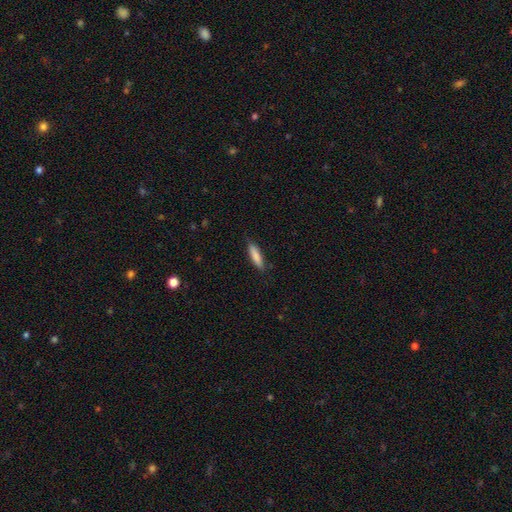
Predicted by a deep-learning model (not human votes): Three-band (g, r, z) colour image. It shows a smooth galaxy with no disk features (83%) that is cigar-shaped (75%). Merging: none (86%).